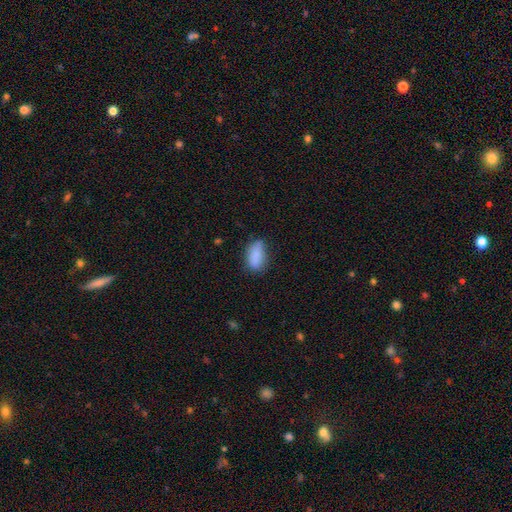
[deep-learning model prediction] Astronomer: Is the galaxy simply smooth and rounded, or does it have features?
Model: smooth — 84%.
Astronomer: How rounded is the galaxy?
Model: in between — 86%.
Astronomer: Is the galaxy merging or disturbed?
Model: none — 65%.